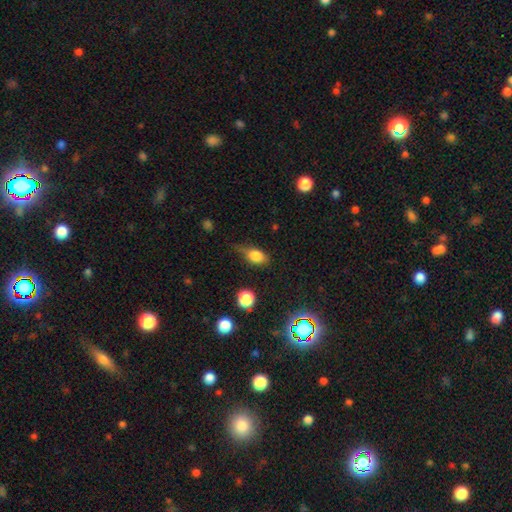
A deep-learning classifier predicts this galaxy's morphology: smooth-or-featured: smooth: 78% | star or artifact: 12% | featured or disk: 10%
  how-rounded: in between: 77% | round: 18% | cigar-shaped: 4%
  merging: none: 52% | minor disturbance: 34% | major disturbance: 11% | merger: 3%